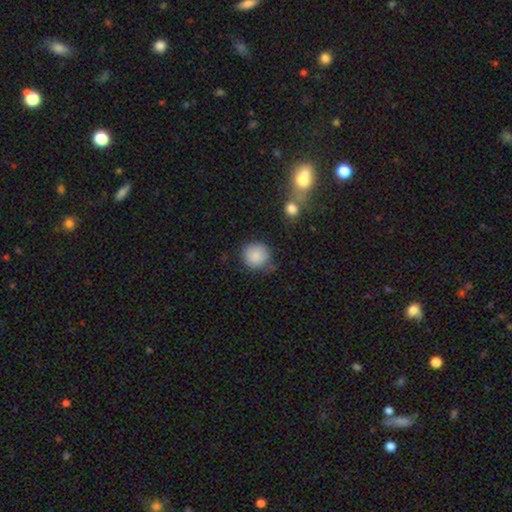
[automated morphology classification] The model was most divided on "merging": none: 72%, minor disturbance: 19%, major disturbance: 5%, merger: 4%. More confident: how rounded — round (90%); smooth or featured — smooth (87%).